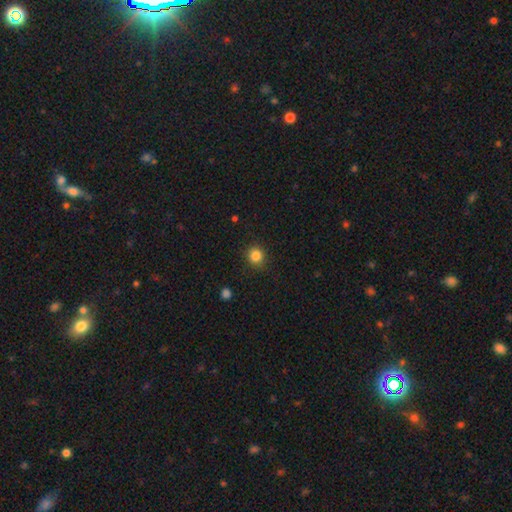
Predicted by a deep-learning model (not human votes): A smooth galaxy with no disk features (84%) that is round (91%). Merging: none (89%).